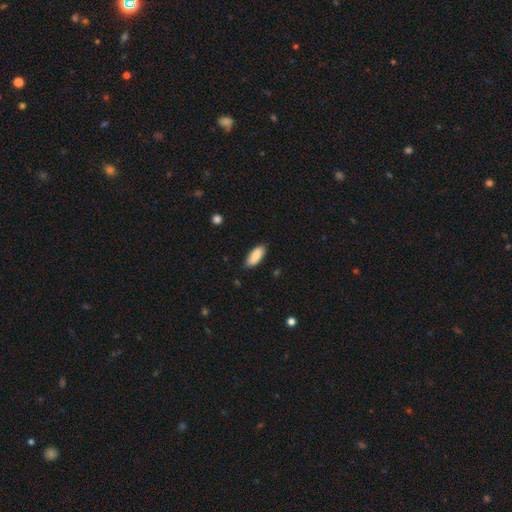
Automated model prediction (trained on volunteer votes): A smooth galaxy with no disk features (87%) that is in between round and cigar-shaped (80%).

Vote fractions:
- Smooth or featured? smooth: 87% / featured or disk: 7% / star or artifact: 6%
- How rounded? in between: 80% / cigar-shaped: 18% / round: 2%
- Merging? none: 85% / minor disturbance: 12% / major disturbance: 2% / merger: 1%